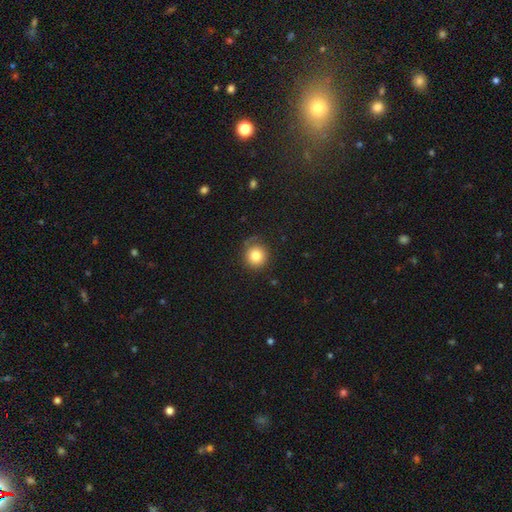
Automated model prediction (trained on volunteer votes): Overall: smooth (81%). How rounded: round (92%). Merging: none (75%).